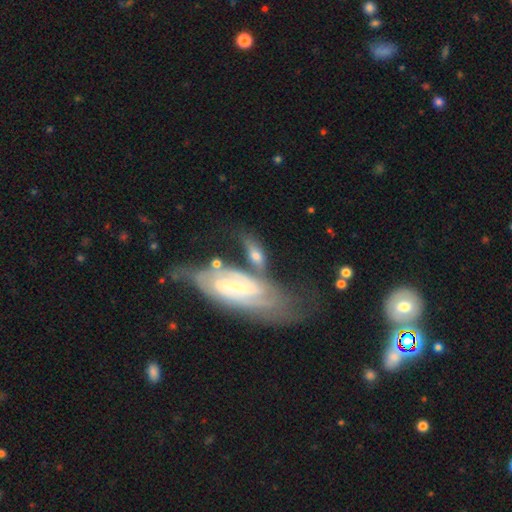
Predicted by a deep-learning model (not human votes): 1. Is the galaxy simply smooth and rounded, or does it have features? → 56% featured or disk, 36% smooth, 7% star or artifact.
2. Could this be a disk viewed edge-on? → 72% no, 28% yes.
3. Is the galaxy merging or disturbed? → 43% none, 30% merger, 18% minor disturbance, 10% major disturbance.